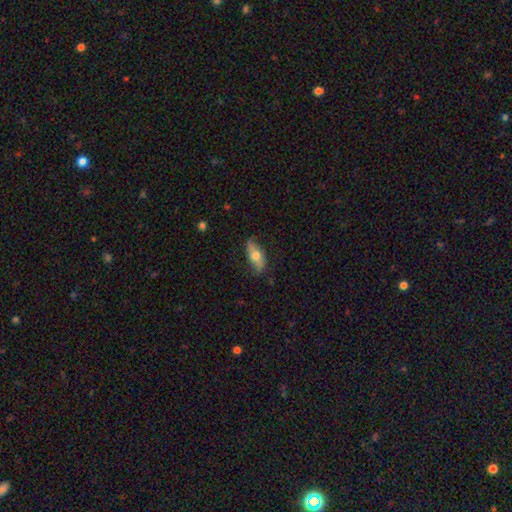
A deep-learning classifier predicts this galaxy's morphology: Overall: smooth (57%; featured or disk 37%). How rounded: in between (79%). Merging: none (75%).